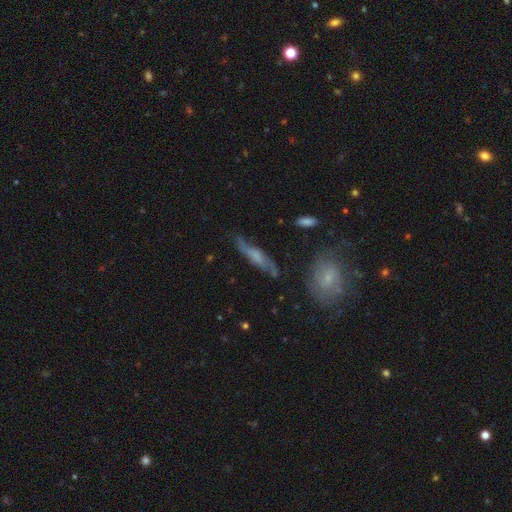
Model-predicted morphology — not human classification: Overall: featured or disk (58%; smooth 33%). Edge-on disk: yes (52%; no 48%). Merging: none (69%).